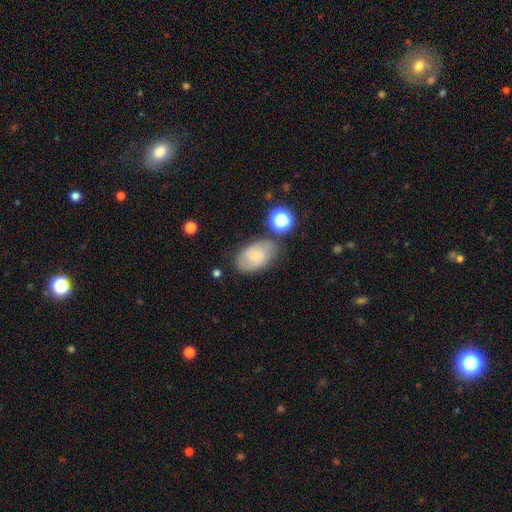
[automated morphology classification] Smooth or featured? smooth (61%)
How rounded? in between (88%)
Merging? none (68%)